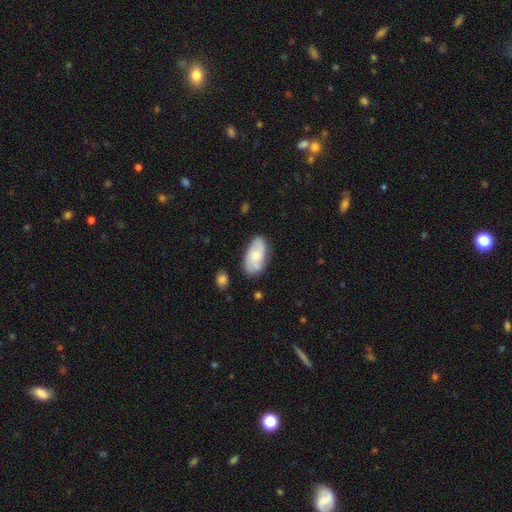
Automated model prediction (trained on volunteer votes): The model was most divided on "smooth or featured": smooth: 52%, featured or disk: 42%, star or artifact: 6%. More confident: how rounded — in between (93%); merging — none (72%).